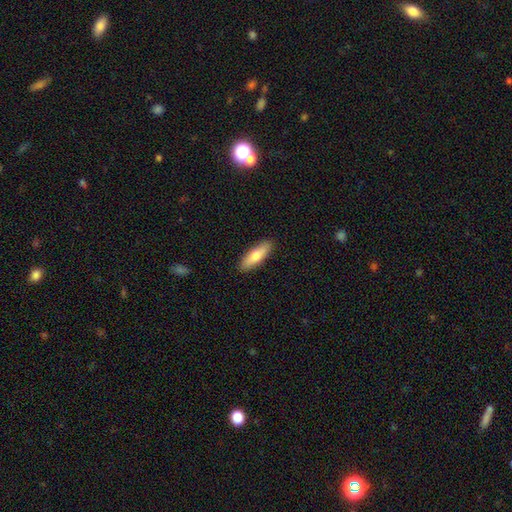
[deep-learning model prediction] Smooth or featured: smooth — 73% (featured or disk — 21%)
How rounded: cigar-shaped — 50% (in between — 48%)
Merging: none — 90% (minor disturbance — 8%)